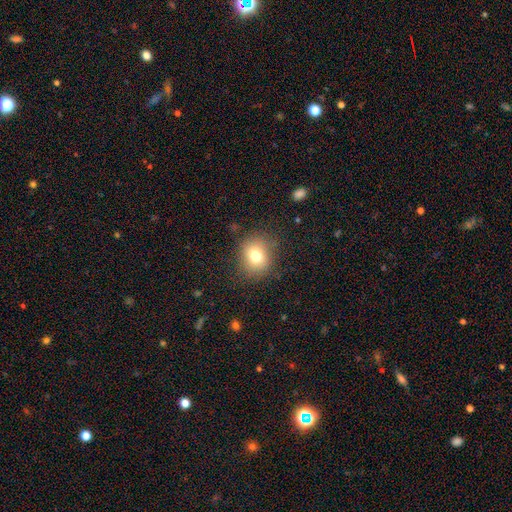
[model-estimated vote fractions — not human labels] A smooth galaxy with no disk features (75%) that is round (75%). Merging: none (83%).